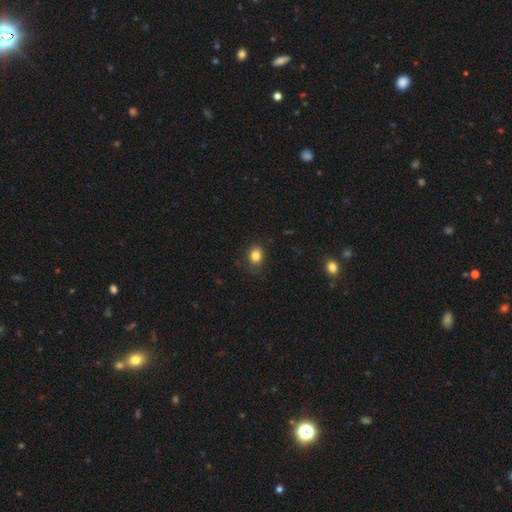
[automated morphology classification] smooth-or-featured: smooth: 83% | star or artifact: 11% | featured or disk: 7%
  how-rounded: round: 50% | in between: 49% | cigar-shaped: 1%
  merging: none: 81% | minor disturbance: 14% | major disturbance: 4% | merger: 1%